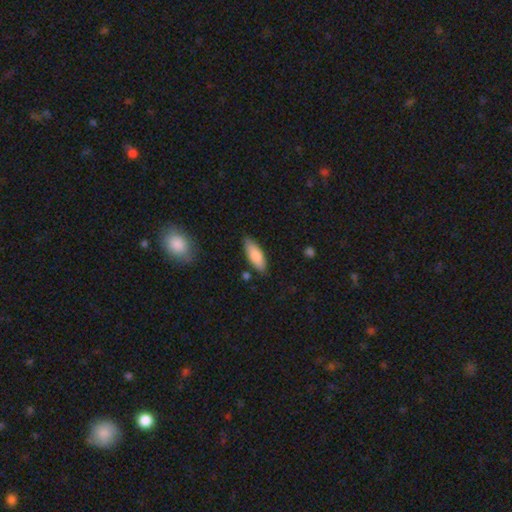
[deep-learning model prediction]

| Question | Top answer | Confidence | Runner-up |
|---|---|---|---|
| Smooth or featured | smooth | 84% | featured or disk (11%) |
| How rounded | in between | 68% | cigar-shaped (31%) |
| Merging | none | 83% | minor disturbance (12%) |